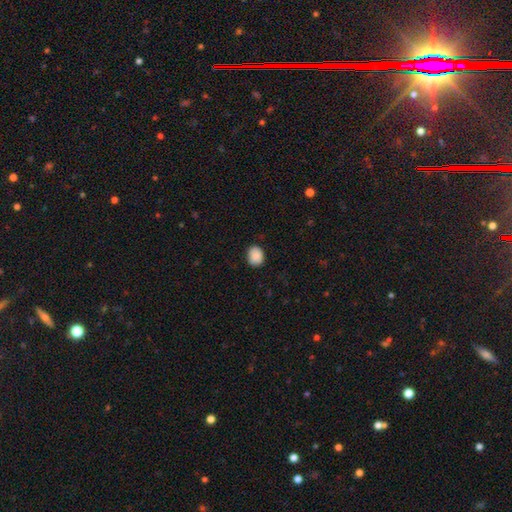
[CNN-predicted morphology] smooth 90%, star or artifact 7%, featured or disk 3%. Down the decision tree: how rounded — in between (51%); merging — none (84%).